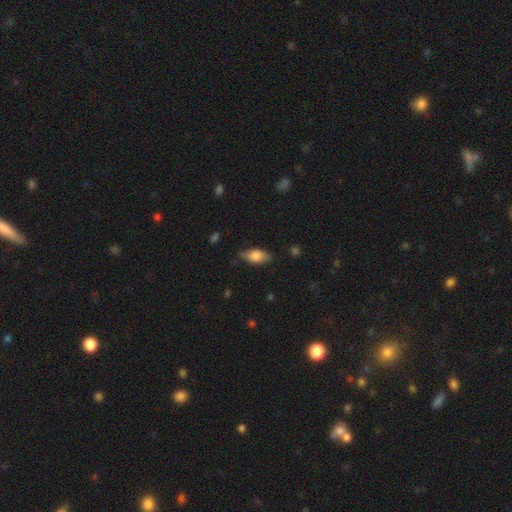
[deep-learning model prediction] A smooth galaxy with no disk features (76%) that is in between round and cigar-shaped (87%). Merging: none (74%).